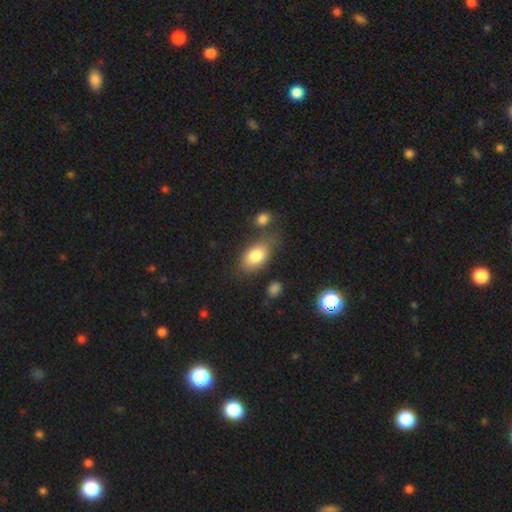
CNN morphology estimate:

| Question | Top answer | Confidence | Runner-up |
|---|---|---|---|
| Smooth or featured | smooth | 81% | featured or disk (12%) |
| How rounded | in between | 90% | round (8%) |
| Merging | none | 60% | minor disturbance (21%) |